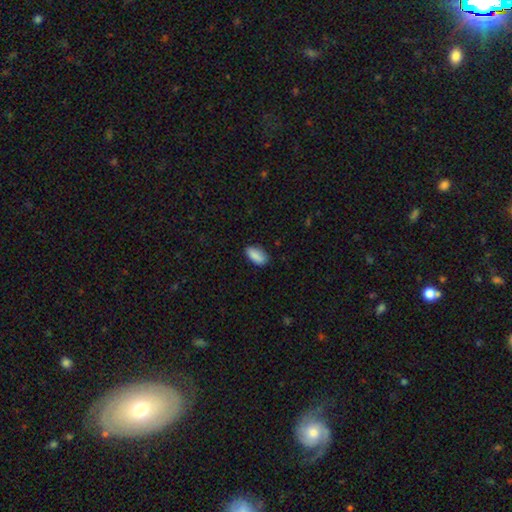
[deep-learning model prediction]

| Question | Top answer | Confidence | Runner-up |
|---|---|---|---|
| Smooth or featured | smooth | 89% | star or artifact (7%) |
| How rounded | in between | 90% | cigar-shaped (8%) |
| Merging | none | 79% | minor disturbance (17%) |